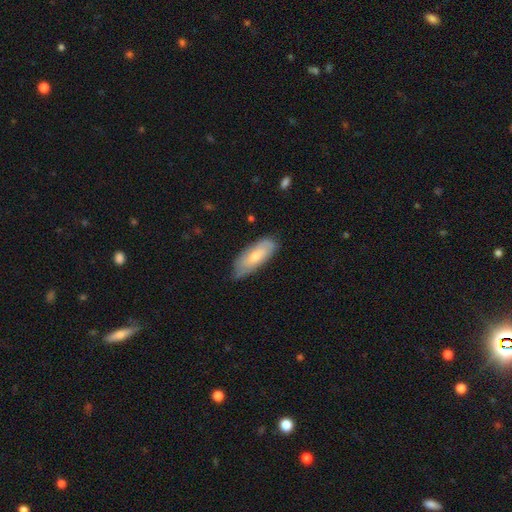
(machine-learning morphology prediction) This is likely a smooth galaxy (61%). How rounded: likely in between (74%). Merging: likely none (68%).